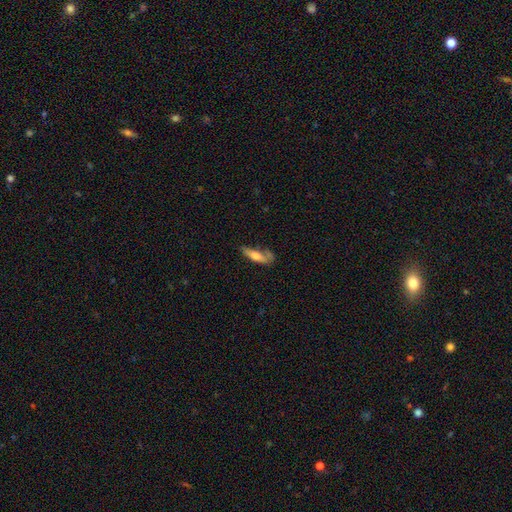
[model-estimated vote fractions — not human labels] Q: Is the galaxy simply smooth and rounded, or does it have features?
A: smooth — 63%.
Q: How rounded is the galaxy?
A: cigar-shaped — 60%.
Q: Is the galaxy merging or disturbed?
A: none — 44%.